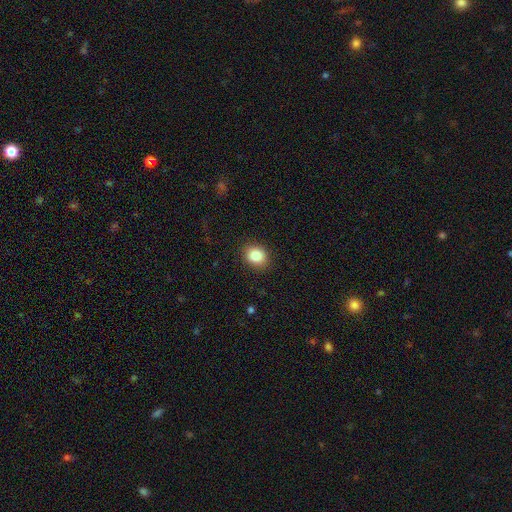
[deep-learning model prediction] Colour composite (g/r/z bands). It shows a smooth galaxy with no disk features (84%) that is round (65%). Merging: none (89%).